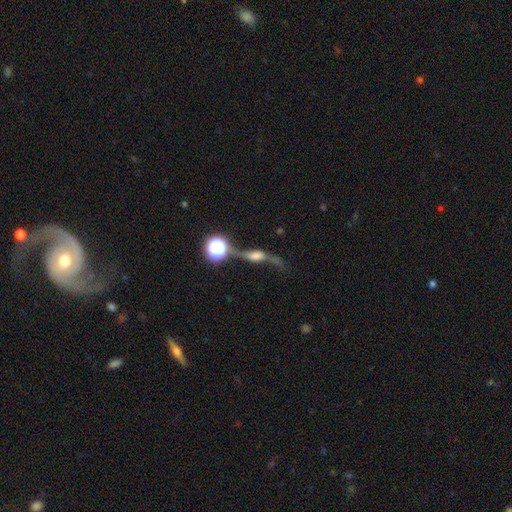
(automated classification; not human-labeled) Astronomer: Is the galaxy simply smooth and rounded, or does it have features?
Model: featured or disk — 66%.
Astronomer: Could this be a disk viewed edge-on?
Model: no — 51% (runner-up: yes, 49%).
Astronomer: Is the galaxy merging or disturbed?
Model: none — 45% (runner-up: major disturbance, 24%).